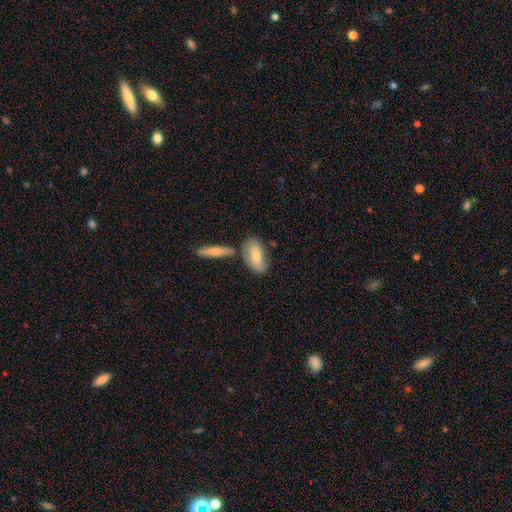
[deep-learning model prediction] Morphology: type=smooth (65%); roundness=in between (84%); merging=none (56%).